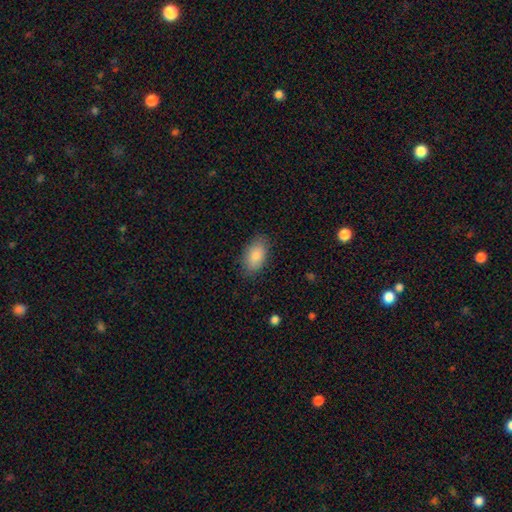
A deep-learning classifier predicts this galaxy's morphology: smooth 86%, featured or disk 7%, star or artifact 6%. Down the decision tree: how rounded — in between (93%); merging — none (83%).